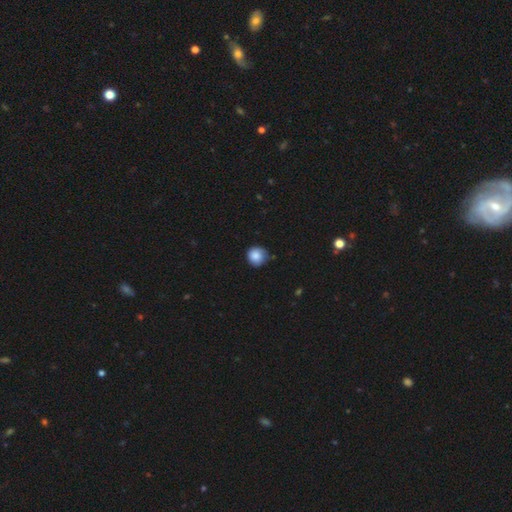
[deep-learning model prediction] smooth-or-featured: smooth: 83% | featured or disk: 9% | star or artifact: 8%
  how-rounded: round: 91% | in between: 8% | cigar-shaped: 1%
  merging: none: 69% | minor disturbance: 25% | major disturbance: 4% | merger: 2%